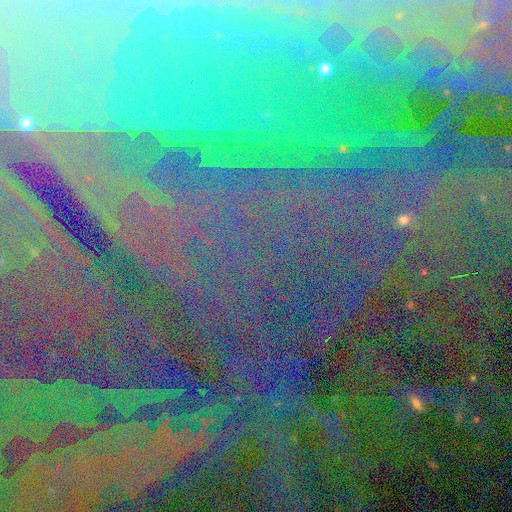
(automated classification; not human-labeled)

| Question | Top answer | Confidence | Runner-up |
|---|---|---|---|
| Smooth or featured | star or artifact | 82% | featured or disk (11%) |